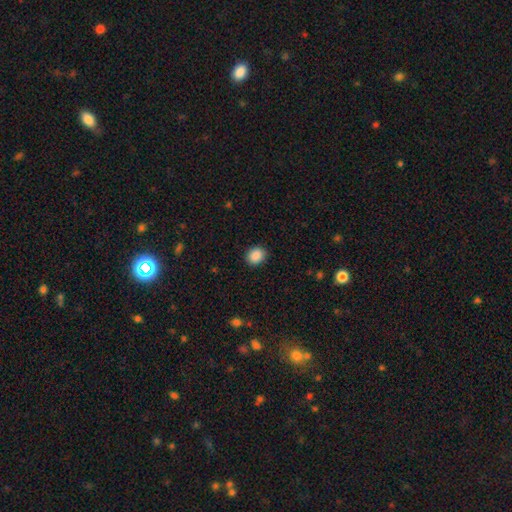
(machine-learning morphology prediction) This appears to be a smooth galaxy with no disk features (89%) that is round (66%). Merging: none (89%).